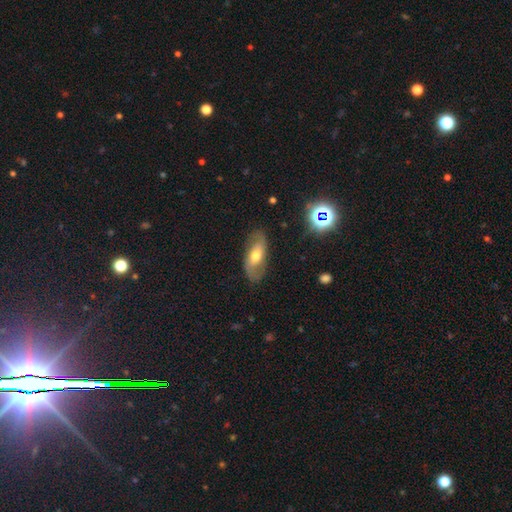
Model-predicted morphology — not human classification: Smooth or featured: featured or disk — 60% (smooth — 32%)
Edge-on disk: no — 89% (yes — 11%)
Bar: no — 51% (weak — 33%)
Spiral arms: yes — 80% (no — 20%)
Bulge size: moderate — 67% (small — 19%)
Merging: none — 77% (minor disturbance — 16%)